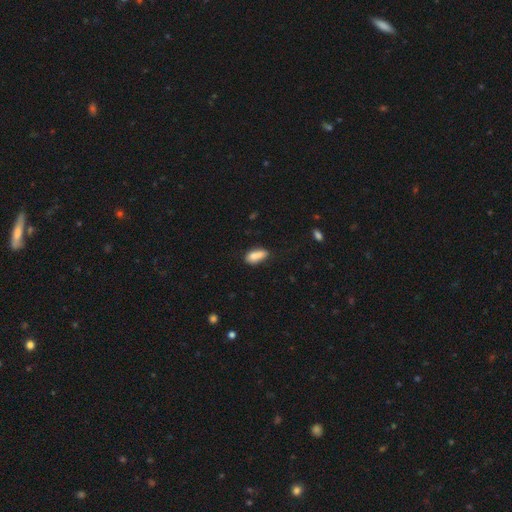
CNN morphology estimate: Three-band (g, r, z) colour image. It shows a smooth galaxy with no disk features (80%) that is in between round and cigar-shaped (80%). Merging: none (51%).